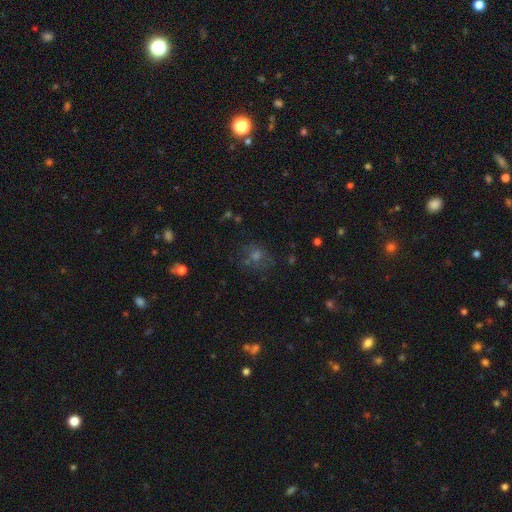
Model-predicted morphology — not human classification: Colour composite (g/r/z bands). It shows a smooth galaxy with no disk features (49%). Merging: none (73%).